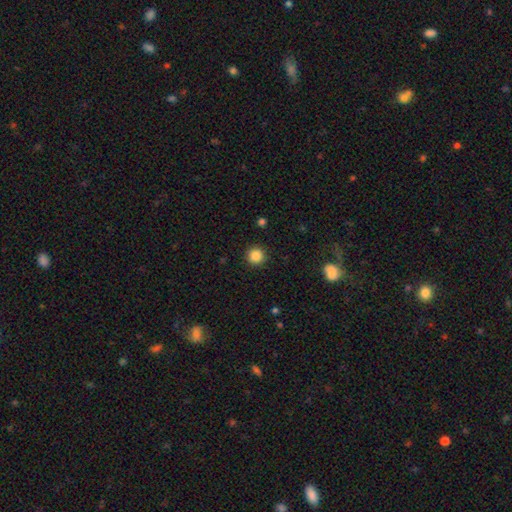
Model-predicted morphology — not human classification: Overall: smooth (86%). How rounded: round (96%). Merging: none (93%).